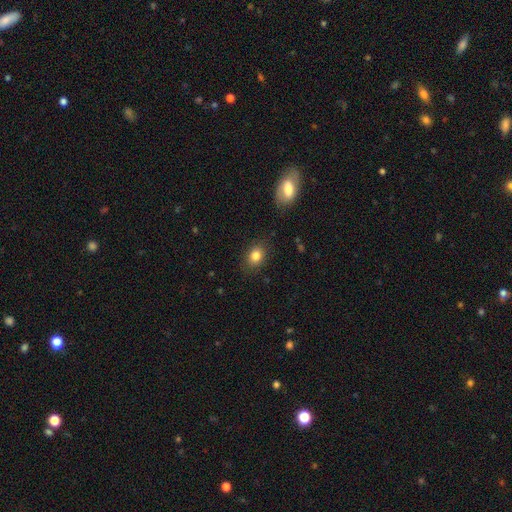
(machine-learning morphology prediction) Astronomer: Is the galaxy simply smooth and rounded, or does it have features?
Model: smooth — 82%.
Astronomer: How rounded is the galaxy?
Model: in between — 59% (runner-up: round, 40%).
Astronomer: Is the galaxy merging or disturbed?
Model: none — 85%.